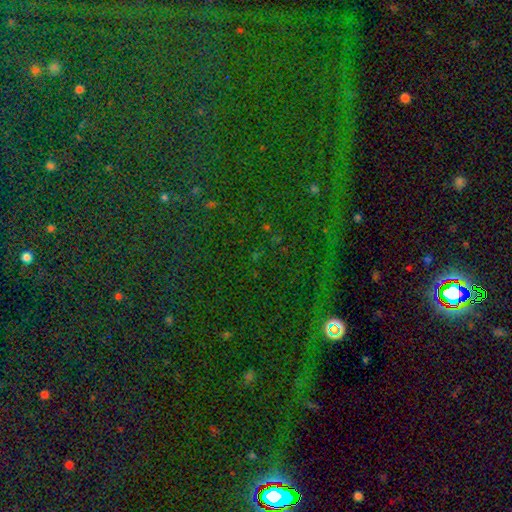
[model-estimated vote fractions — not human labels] smooth_or_featured: star or artifact (p=0.75) [alt: smooth p=0.16]